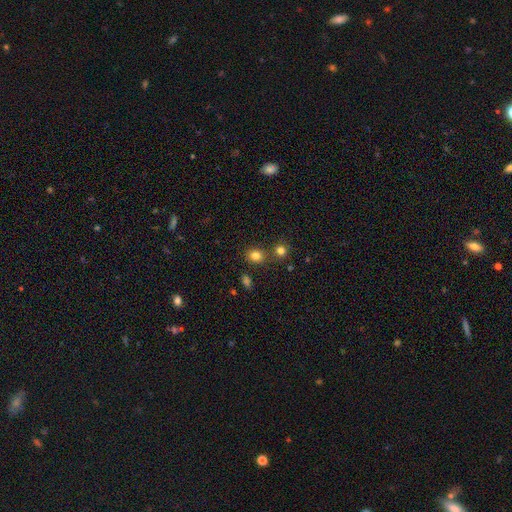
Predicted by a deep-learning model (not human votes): This appears to be a smooth galaxy with no disk features (80%) that is round (69%). Merging: none (76%).